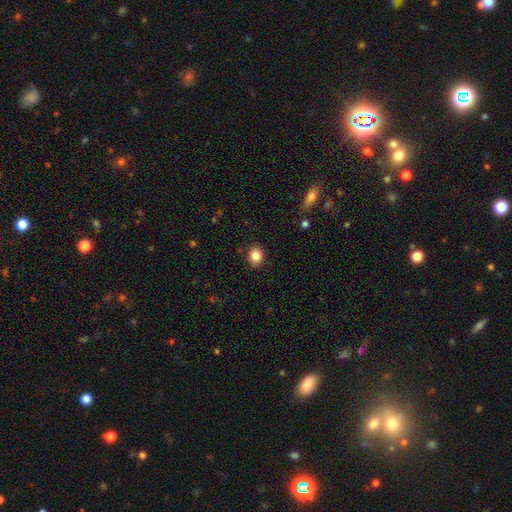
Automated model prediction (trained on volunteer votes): Smooth or featured?
  - smooth: 85% *
  - star or artifact: 10%
  - featured or disk: 5%
How rounded?
  - round: 61% *
  - in between: 38%
  - cigar-shaped: 1%
Merging?
  - none: 89% *
  - minor disturbance: 8%
  - major disturbance: 2%
  - merger: 1%